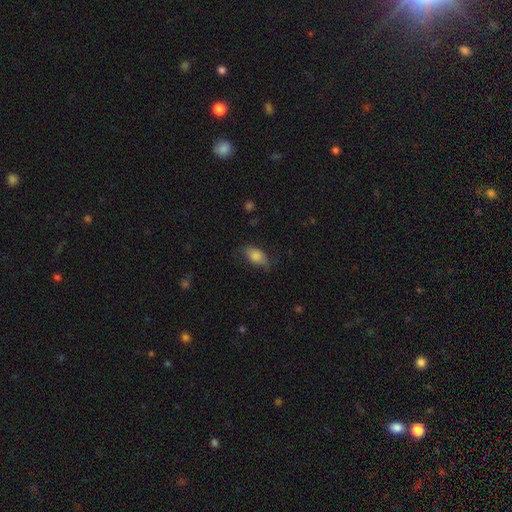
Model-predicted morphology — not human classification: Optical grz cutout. It shows a smooth galaxy with no disk features (81%) that is in between round and cigar-shaped (90%). Merging: none (66%).